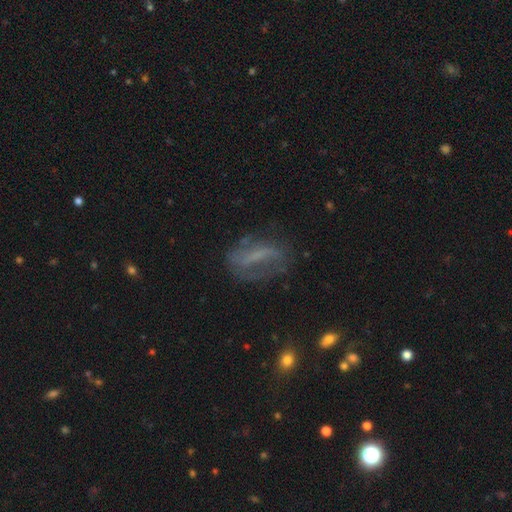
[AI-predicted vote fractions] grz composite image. It shows a featured or disk galaxy (56%). Merging: none (58%).